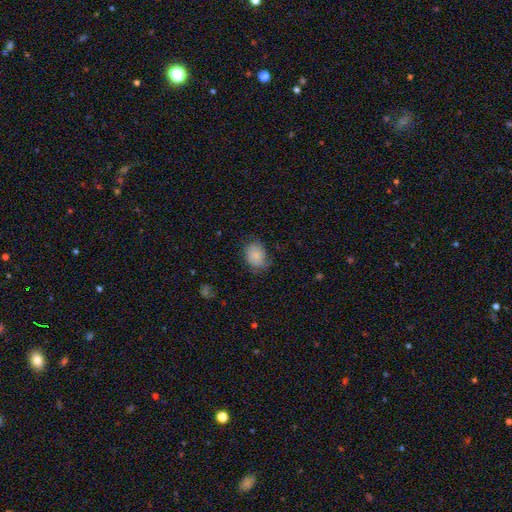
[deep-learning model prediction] Smooth or featured? smooth (79%)
How rounded? in between (60%)
Merging? none (61%)